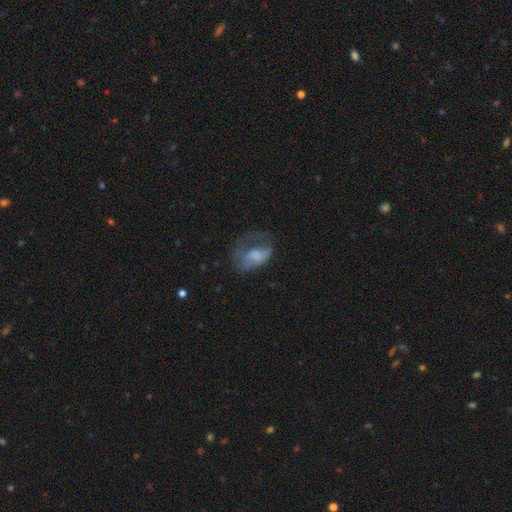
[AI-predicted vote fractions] Morphology: type=smooth (56%); roundness=in between (81%); merging=major disturbance (51%).